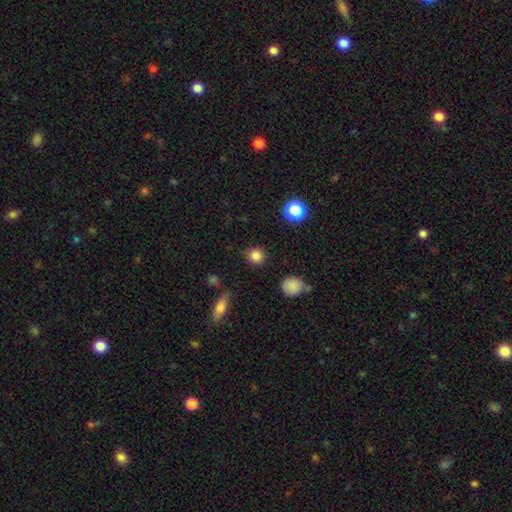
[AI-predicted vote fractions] Q: Smooth or featured?
A: smooth (83%); runner-up: star or artifact (12%)
Q: How rounded?
A: round (89%); runner-up: in between (10%)
Q: Merging?
A: none (86%); runner-up: minor disturbance (9%)